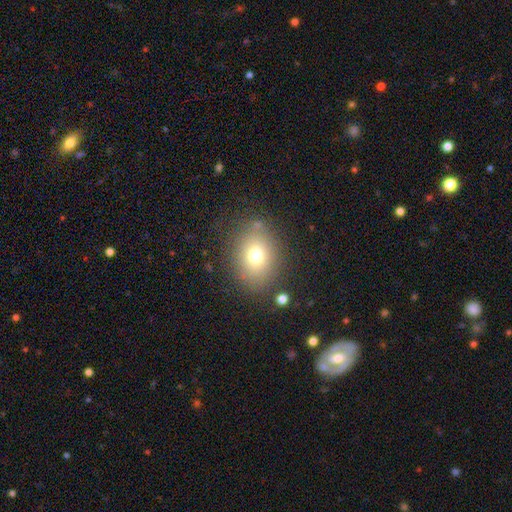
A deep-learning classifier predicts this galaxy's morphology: Smooth or featured: smooth — 72% (star or artifact — 15%)
How rounded: round — 51% (in between — 48%)
Merging: none — 79% (minor disturbance — 12%)